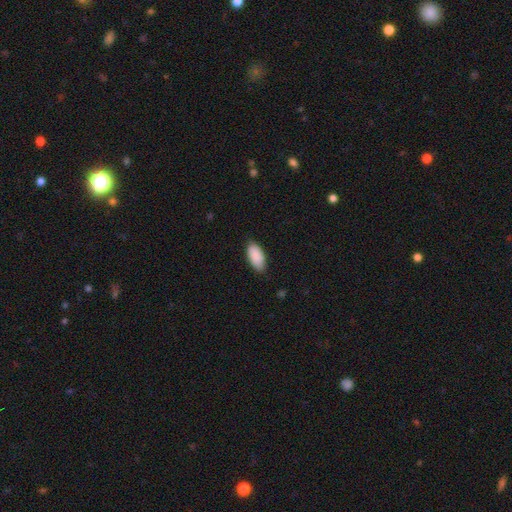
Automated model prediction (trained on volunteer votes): A smooth galaxy with no disk features (90%) that is in between round and cigar-shaped (93%).

Vote fractions:
- Smooth or featured? smooth: 90% / star or artifact: 6% / featured or disk: 4%
- How rounded? in between: 93% / cigar-shaped: 6% / round: 2%
- Merging? none: 81% / minor disturbance: 16% / major disturbance: 2% / merger: 1%